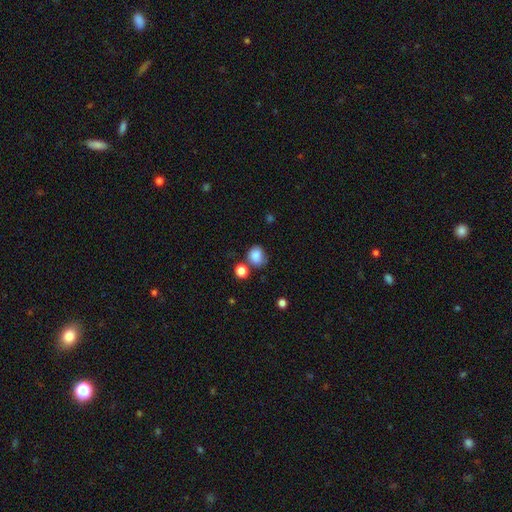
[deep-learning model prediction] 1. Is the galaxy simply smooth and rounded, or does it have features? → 85% smooth, 10% star or artifact, 6% featured or disk.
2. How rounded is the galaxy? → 67% round, 32% in between, 1% cigar-shaped.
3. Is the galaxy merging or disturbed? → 57% none, 22% minor disturbance, 13% merger, 8% major disturbance.